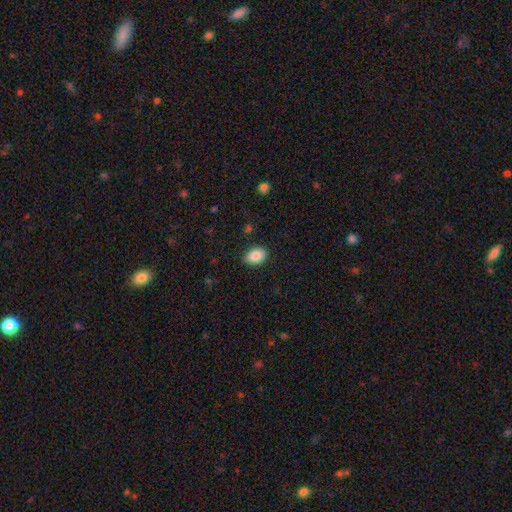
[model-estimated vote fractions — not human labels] smooth-or-featured: smooth: 87% | star or artifact: 8% | featured or disk: 6%
  how-rounded: in between: 83% | round: 16% | cigar-shaped: 1%
  merging: none: 83% | minor disturbance: 13% | major disturbance: 3% | merger: 1%